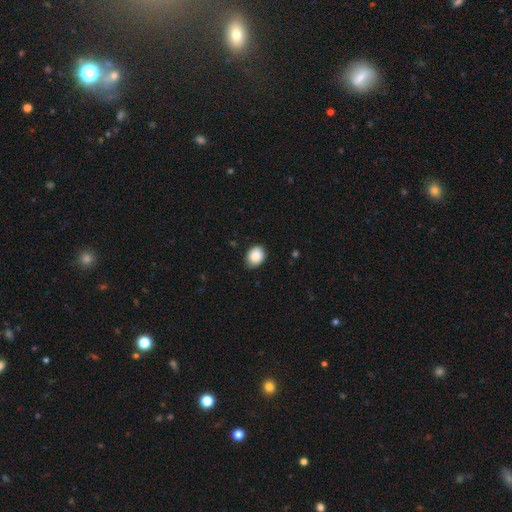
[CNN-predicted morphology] smooth 88%, star or artifact 8%, featured or disk 5%. Down the decision tree: how rounded — in between (56%); merging — none (79%).